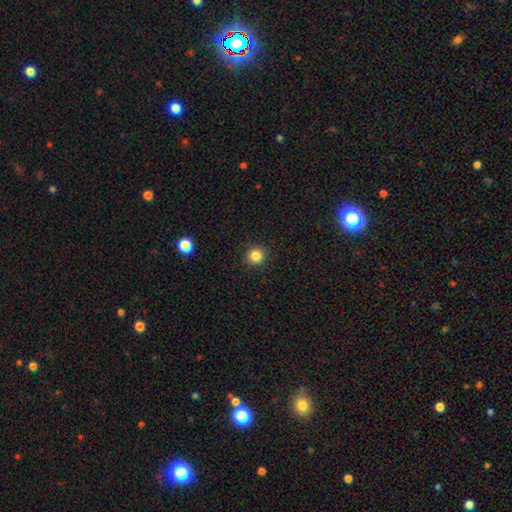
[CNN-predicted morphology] Q: Smooth or featured?
A: smooth (84%); runner-up: star or artifact (12%)
Q: How rounded?
A: round (95%); runner-up: in between (4%)
Q: Merging?
A: none (92%); runner-up: minor disturbance (5%)